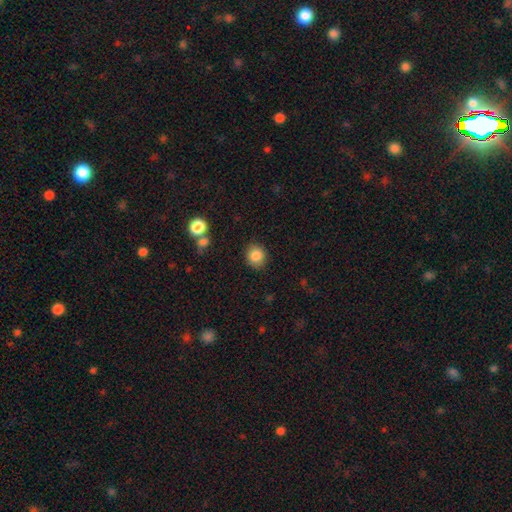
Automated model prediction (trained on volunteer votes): smooth-or-featured: smooth: 85% | star or artifact: 9% | featured or disk: 5%
  how-rounded: round: 76% | in between: 23% | cigar-shaped: 1%
  merging: none: 87% | minor disturbance: 9% | major disturbance: 3% | merger: 2%